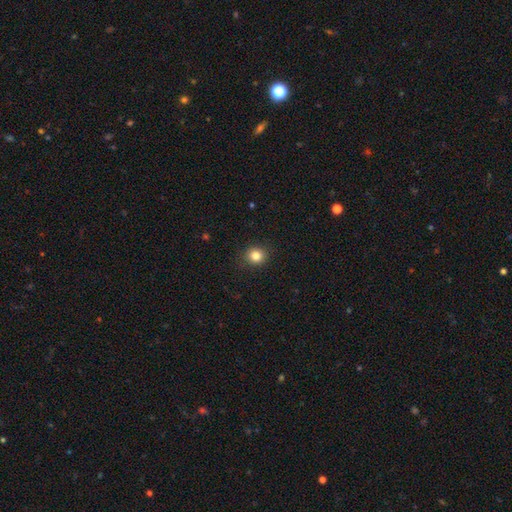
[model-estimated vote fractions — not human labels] smooth_or_featured: smooth (p=0.83) [alt: star or artifact p=0.12]
how_rounded: round (p=0.84) [alt: in between p=0.15]
merging: none (p=0.90) [alt: minor disturbance p=0.07]